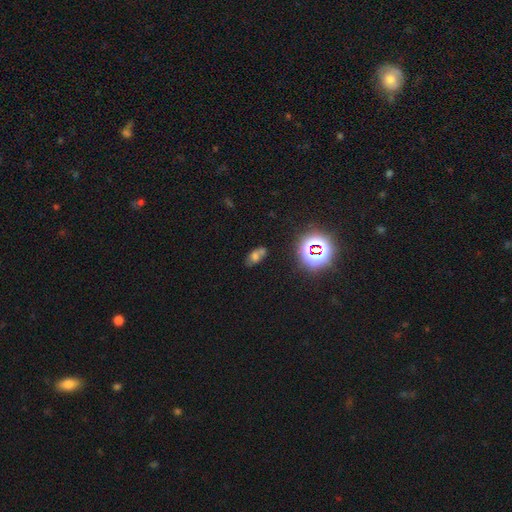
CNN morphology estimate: Smooth or featured? Predicted: smooth (p=0.49). Merging? Predicted: none (p=0.49).